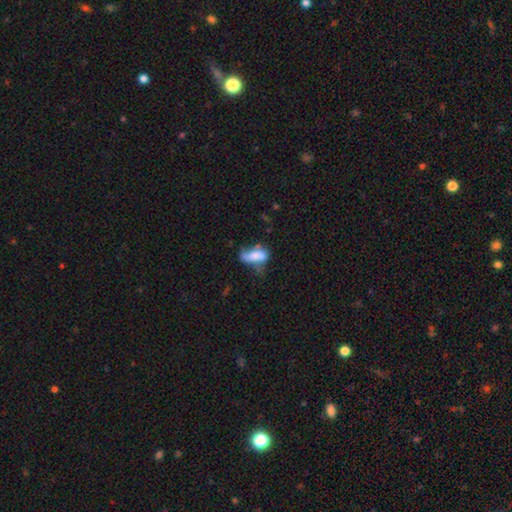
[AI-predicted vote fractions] Q: Smooth or featured?
A: smooth (62%); runner-up: featured or disk (29%)
Q: How rounded?
A: in between (83%); runner-up: cigar-shaped (13%)
Q: Merging?
A: minor disturbance (29%); tied with: none (29%); major disturbance (29%)